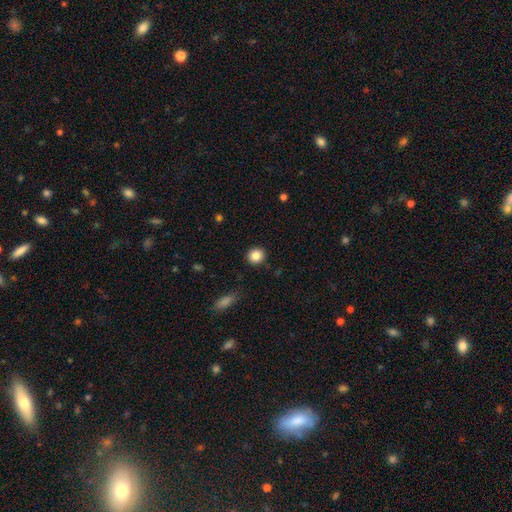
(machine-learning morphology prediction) Smooth or featured? Predicted: smooth (p=0.85). How rounded? Predicted: round (p=0.86). Merging? Predicted: none (p=0.90).